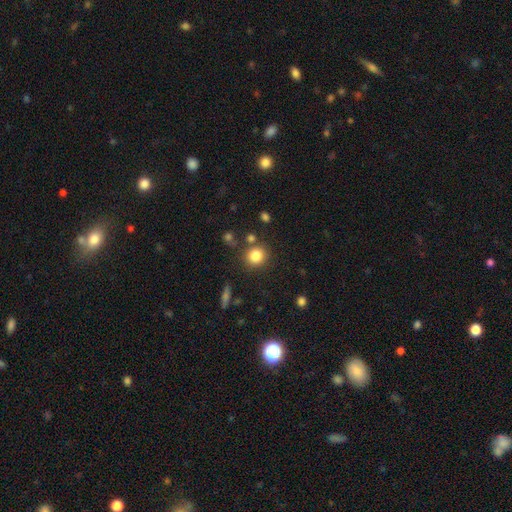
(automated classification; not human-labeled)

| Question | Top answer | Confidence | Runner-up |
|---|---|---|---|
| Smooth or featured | smooth | 82% | star or artifact (11%) |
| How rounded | round | 85% | in between (14%) |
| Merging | none | 80% | minor disturbance (9%) |